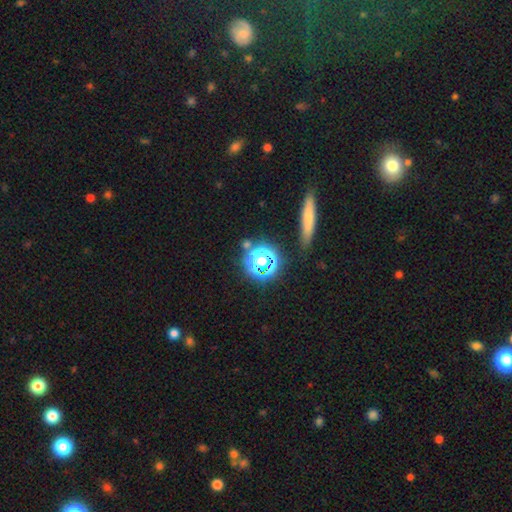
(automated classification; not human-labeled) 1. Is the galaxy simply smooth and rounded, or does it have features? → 52% star or artifact, 32% smooth, 16% featured or disk.